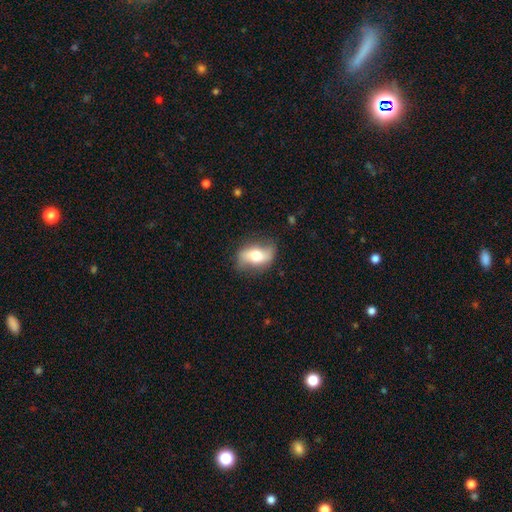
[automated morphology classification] smooth 47%, featured or disk 46%, star or artifact 7%. Down the decision tree: merging — none (74%).